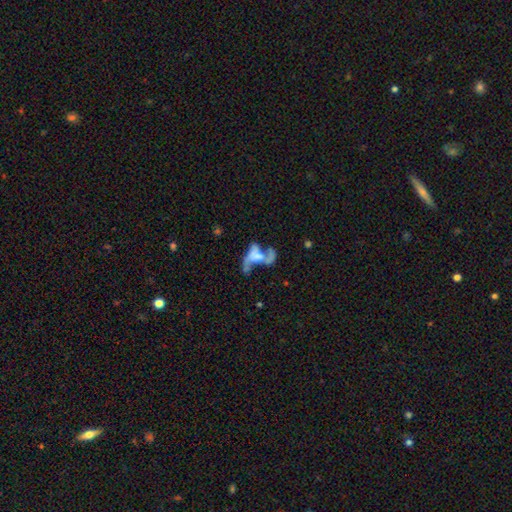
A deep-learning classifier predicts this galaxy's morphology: A featured or disk galaxy (63%) with no bar (72%), no spiral arms (53%) and no central bulge (42%). Merging: merger (36%).